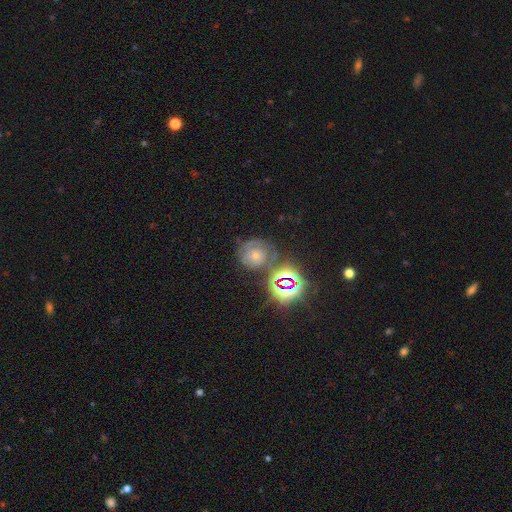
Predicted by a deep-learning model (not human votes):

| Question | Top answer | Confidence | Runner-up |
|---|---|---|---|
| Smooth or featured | star or artifact | 45% | featured or disk (34%) |